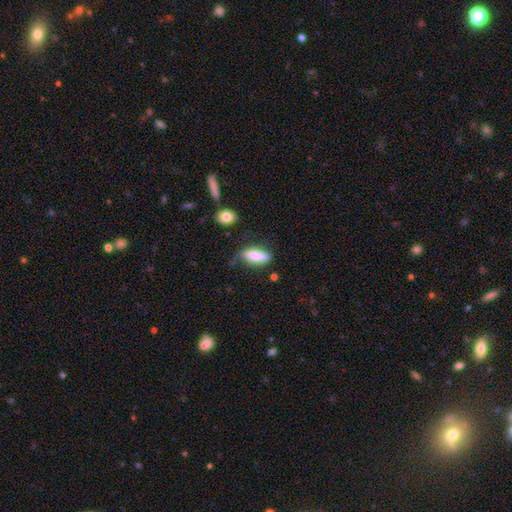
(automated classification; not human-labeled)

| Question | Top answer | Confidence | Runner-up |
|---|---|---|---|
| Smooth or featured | smooth | 76% | featured or disk (17%) |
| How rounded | in between | 67% | cigar-shaped (30%) |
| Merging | none | 46% | minor disturbance (35%) |